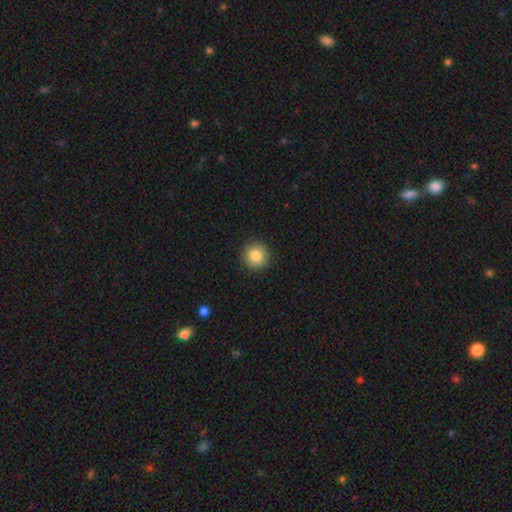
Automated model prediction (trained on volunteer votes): smooth-or-featured: smooth: 85% | star or artifact: 9% | featured or disk: 6%
  how-rounded: round: 94% | in between: 5% | cigar-shaped: 1%
  merging: none: 92% | minor disturbance: 5% | major disturbance: 2% | merger: 1%